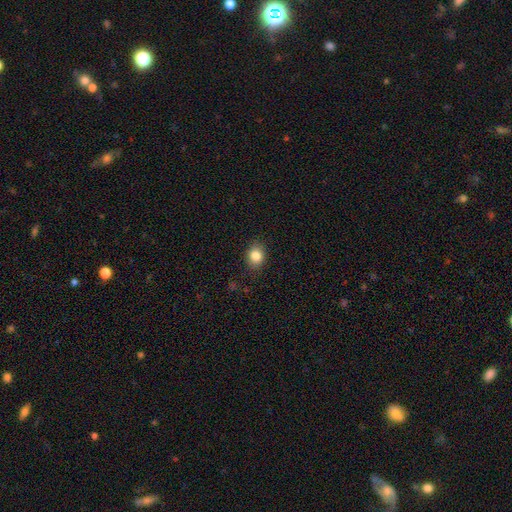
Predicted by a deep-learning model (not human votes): This appears to be a smooth galaxy with no disk features (85%) that is round (50%). Merging: none (84%).